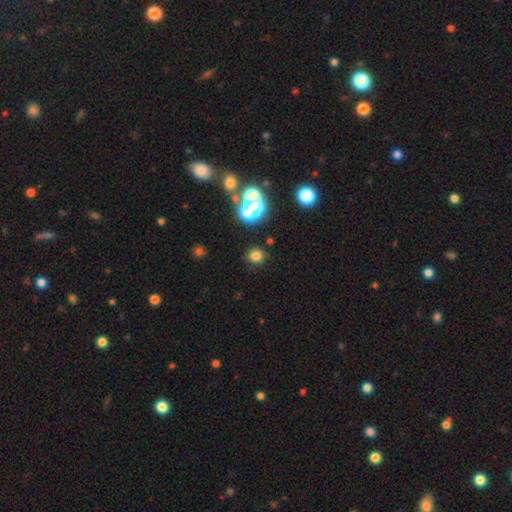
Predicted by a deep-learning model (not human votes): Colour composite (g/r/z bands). It shows a smooth galaxy with no disk features (71%) that is round (83%). Merging: none (81%).